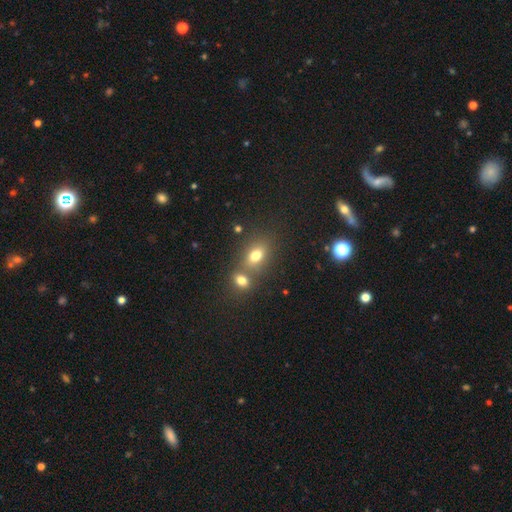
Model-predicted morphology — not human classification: smooth-or-featured: smooth: 76% | star or artifact: 13% | featured or disk: 11%
  how-rounded: in between: 71% | round: 27% | cigar-shaped: 2%
  merging: none: 50% | merger: 37% | minor disturbance: 9% | major disturbance: 4%